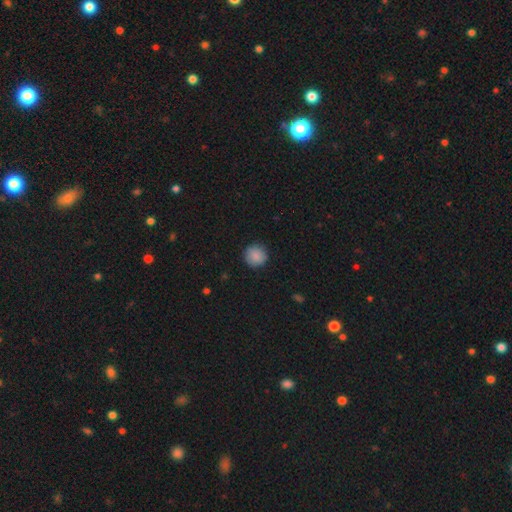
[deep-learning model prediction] A smooth galaxy with no disk features (88%) that is round (93%). Merging: none (88%).